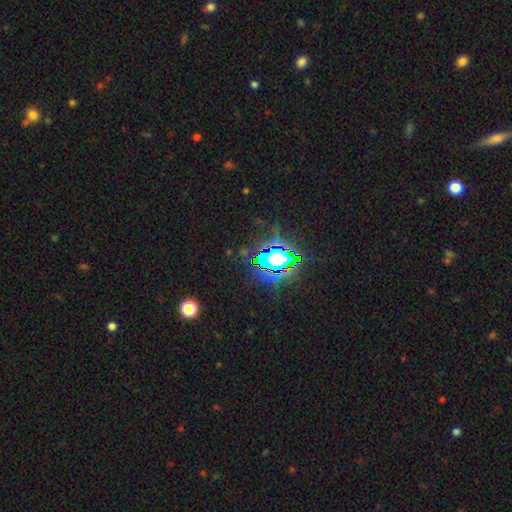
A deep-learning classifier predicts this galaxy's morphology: A star or artifact, not a galaxy (83%).

Vote fractions:
- Smooth or featured? star or artifact: 83% / smooth: 10% / featured or disk: 7%